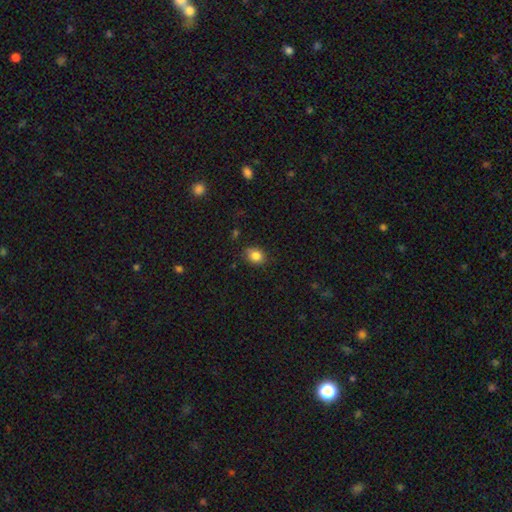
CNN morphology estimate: A smooth galaxy with no disk features (84%) that is round (50%). Merging: none (77%).